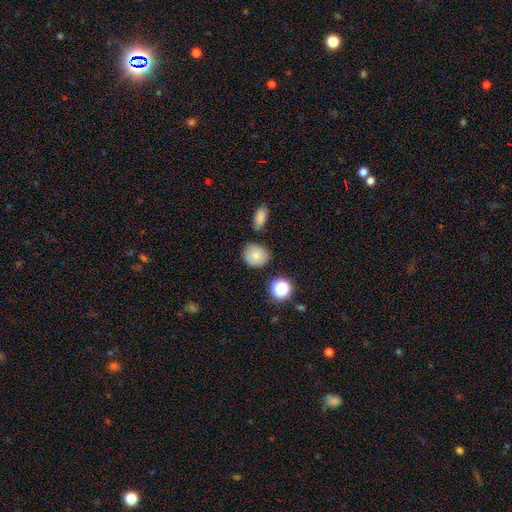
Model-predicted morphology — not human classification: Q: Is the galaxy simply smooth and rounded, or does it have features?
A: smooth — 79%.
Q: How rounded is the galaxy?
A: round — 76%.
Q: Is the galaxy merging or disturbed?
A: none — 76%.